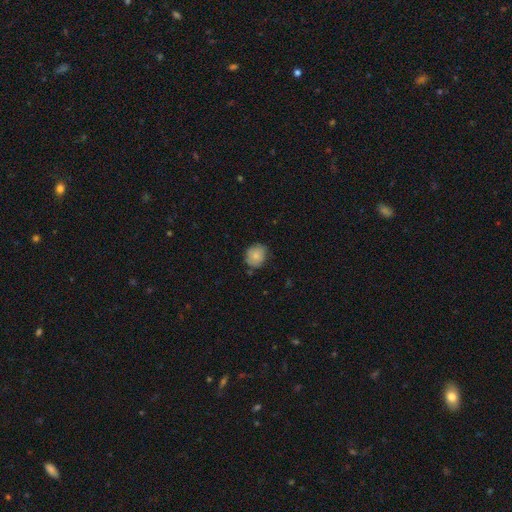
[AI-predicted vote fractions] smooth-or-featured: smooth: 79% | featured or disk: 13% | star or artifact: 8%
  how-rounded: round: 77% | in between: 22% | cigar-shaped: 1%
  merging: none: 73% | minor disturbance: 22% | major disturbance: 4% | merger: 2%